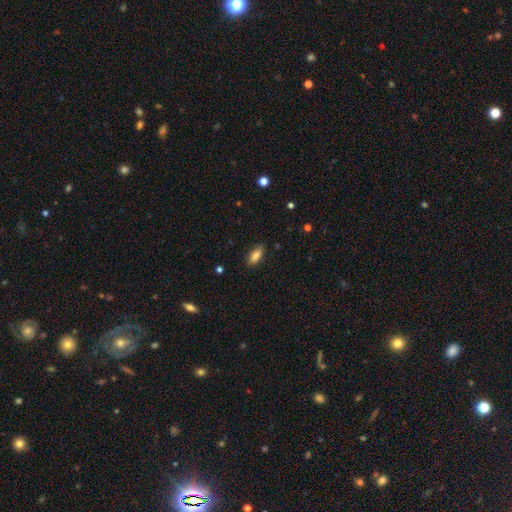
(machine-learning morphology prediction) type=smooth (85%); roundness=in between (81%); merging=none (86%).